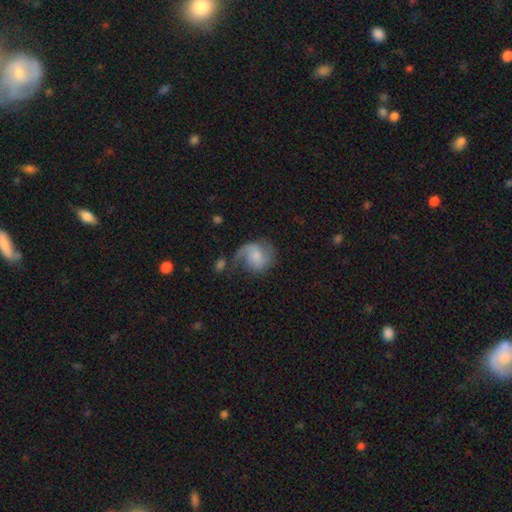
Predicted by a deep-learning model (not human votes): smooth-or-featured: featured or disk: 58% | smooth: 34% | star or artifact: 7%
  disk-edge-on: no: 98% | yes: 2%
    bar: no: 61% | weak: 34% | strong: 5%
    has-spiral-arms: yes: 88% | no: 12%
    bulge-size: small: 38% | moderate: 34% | none: 16% | large: 9% | dominant: 2%
  merging: none: 39% | major disturbance: 30% | minor disturbance: 24% | merger: 8%